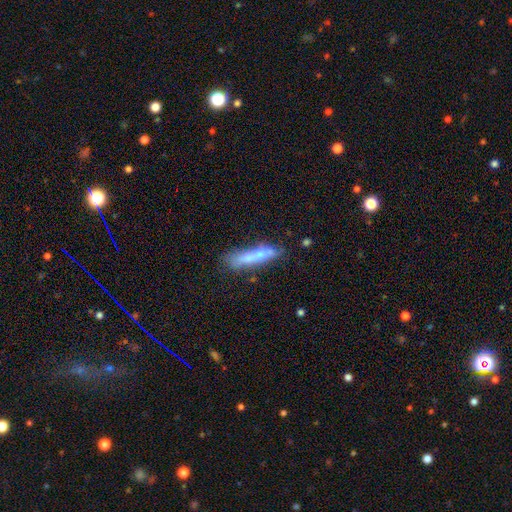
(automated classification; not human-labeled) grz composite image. It shows a smooth galaxy with no disk features (54%) that is cigar-shaped (83%). Merging: none (52%).